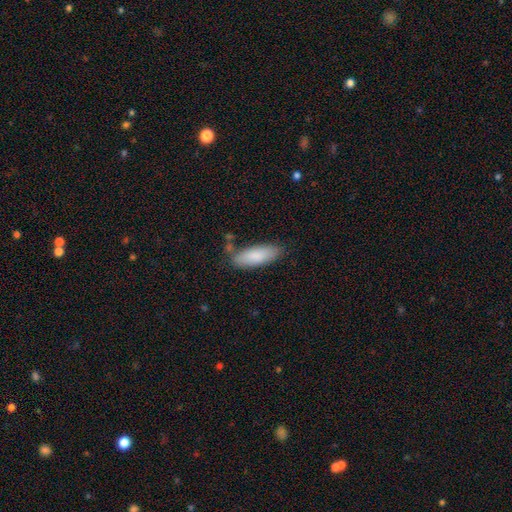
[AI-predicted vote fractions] Overall: smooth (85%). How rounded: in between (61%; cigar-shaped 37%). Merging: none (76%).